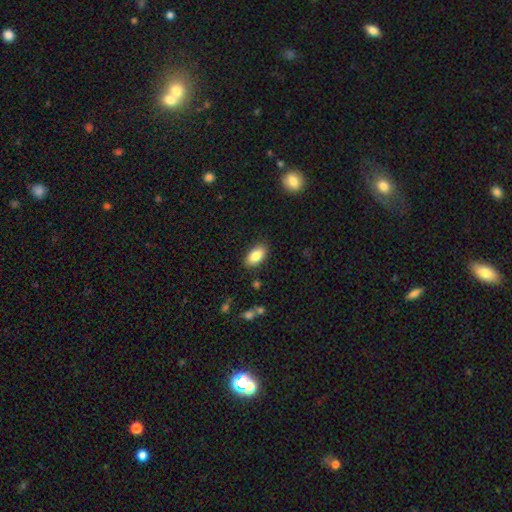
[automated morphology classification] smooth 85%, featured or disk 8%, star or artifact 7%. Down the decision tree: how rounded — in between (92%); merging — none (85%).